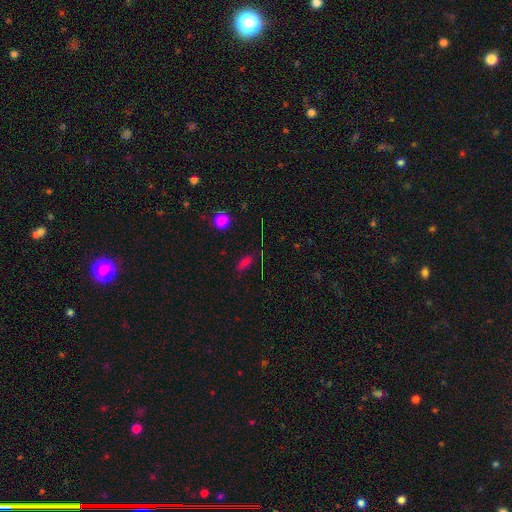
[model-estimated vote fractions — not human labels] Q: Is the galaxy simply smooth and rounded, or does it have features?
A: smooth — 62%.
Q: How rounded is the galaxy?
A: in between — 70%.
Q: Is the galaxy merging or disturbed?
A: none — 74%.